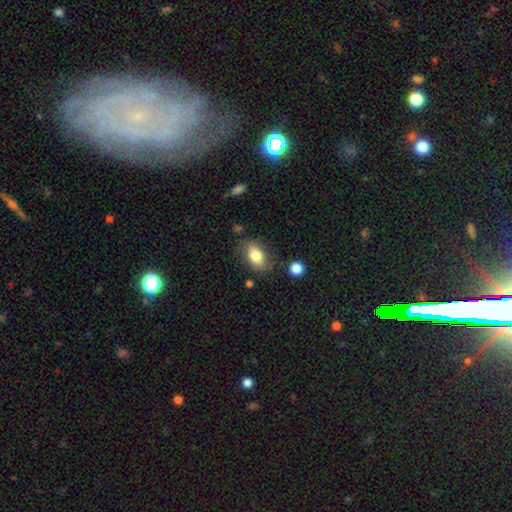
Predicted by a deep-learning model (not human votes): smooth_or_featured: smooth (p=0.79) [alt: featured or disk p=0.13]
how_rounded: in between (p=0.87) [alt: round p=0.11]
merging: none (p=0.75) [alt: minor disturbance p=0.17]